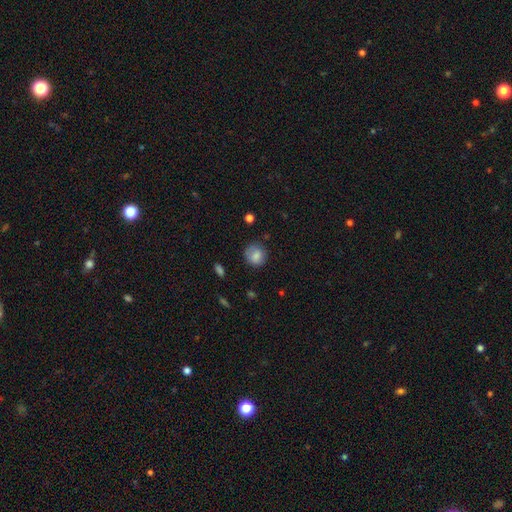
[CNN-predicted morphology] smooth-or-featured: smooth: 81% | featured or disk: 10% | star or artifact: 9%
  how-rounded: round: 81% | in between: 18% | cigar-shaped: 1%
  merging: none: 73% | minor disturbance: 19% | major disturbance: 6% | merger: 2%